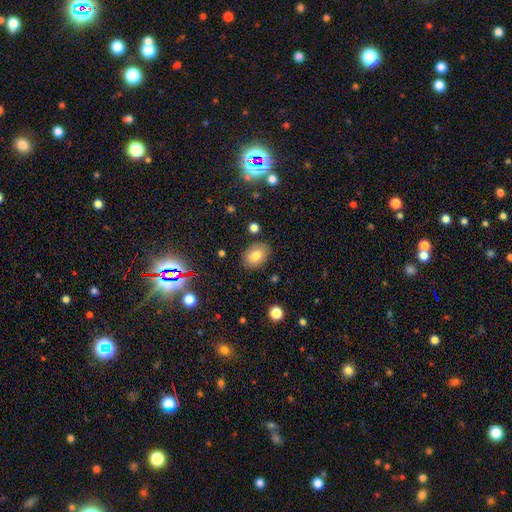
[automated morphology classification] smooth 77%, featured or disk 13%, star or artifact 10%. Down the decision tree: how rounded — in between (75%); merging — none (84%).